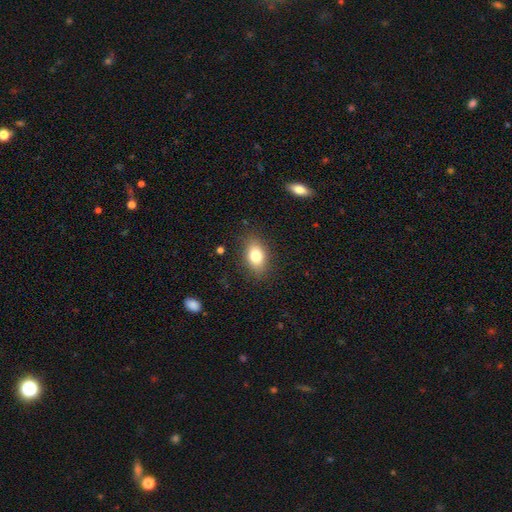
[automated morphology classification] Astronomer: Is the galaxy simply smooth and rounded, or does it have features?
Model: smooth — 80%.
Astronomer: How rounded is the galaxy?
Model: in between — 83%.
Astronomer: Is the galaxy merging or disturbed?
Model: none — 84%.